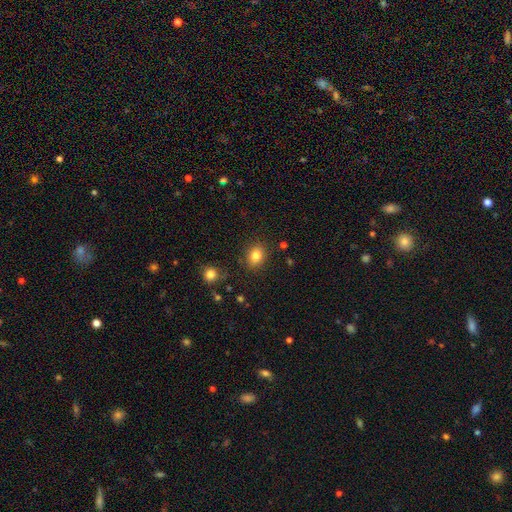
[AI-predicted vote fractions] Overall: smooth (82%). How rounded: in between (53%; round 46%). Merging: none (86%).